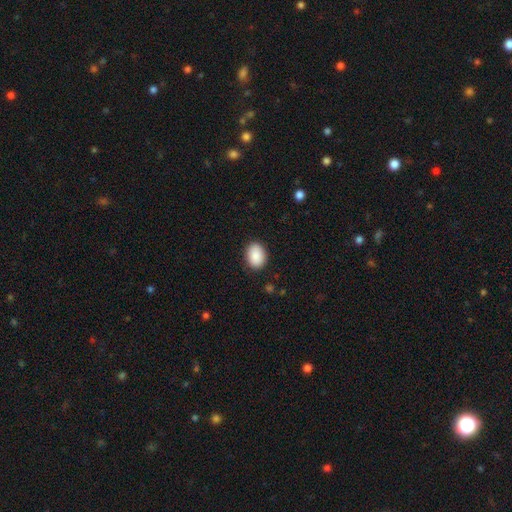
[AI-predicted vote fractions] A smooth galaxy with no disk features (89%) that is in between round and cigar-shaped (75%).

Vote fractions:
- Smooth or featured? smooth: 89% / star or artifact: 7% / featured or disk: 4%
- How rounded? in between: 75% / round: 25% / cigar-shaped: 1%
- Merging? none: 88% / minor disturbance: 9% / major disturbance: 2% / merger: 1%